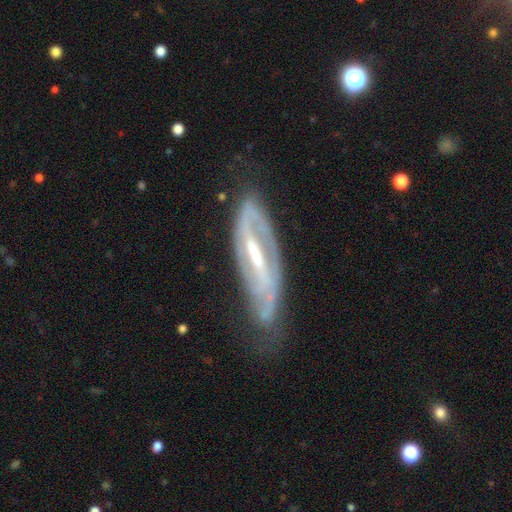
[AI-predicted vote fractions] Morphology: type=featured or disk (85%); edge-on=no (81%); bar=strong (57%); spiral arms=yes (90%); winding=tight (45%); arm count=2 (71%); bulge=small (49%); merging=none (60%).